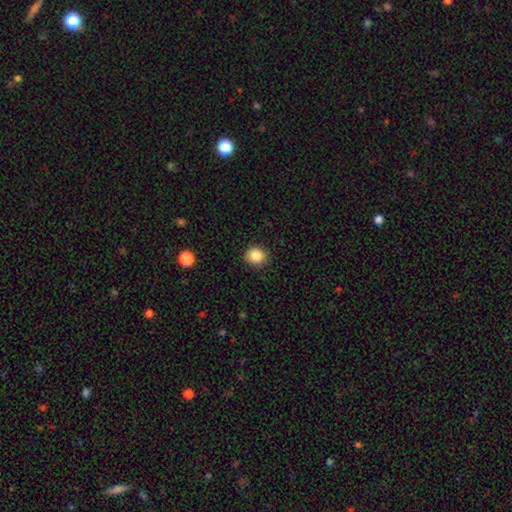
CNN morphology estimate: This appears to be a smooth galaxy with no disk features (86%) that is round (82%). Merging: none (89%).